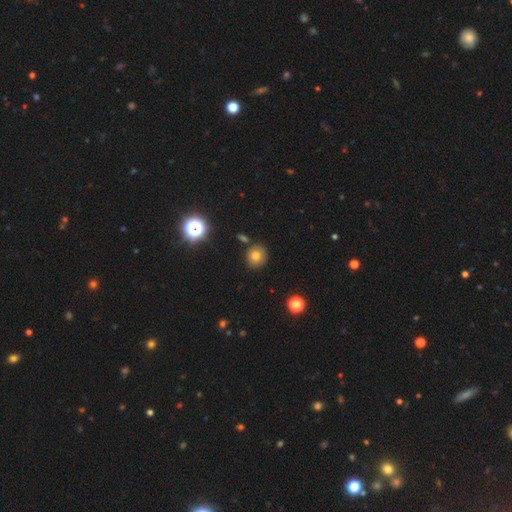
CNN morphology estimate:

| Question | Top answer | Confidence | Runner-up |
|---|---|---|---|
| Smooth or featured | smooth | 74% | star or artifact (16%) |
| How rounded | round | 87% | in between (12%) |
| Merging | none | 84% | minor disturbance (9%) |